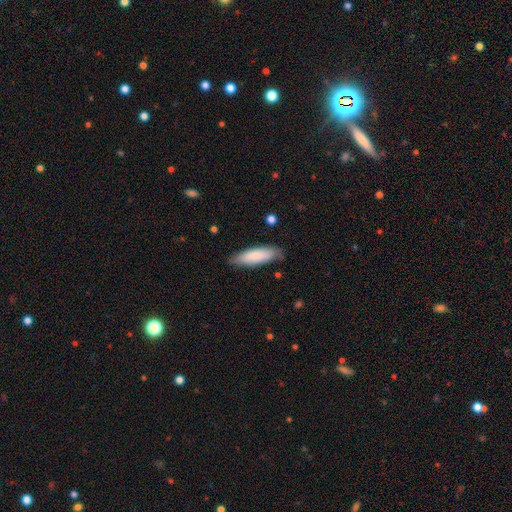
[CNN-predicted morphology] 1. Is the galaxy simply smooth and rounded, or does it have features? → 83% smooth, 12% featured or disk, 6% star or artifact.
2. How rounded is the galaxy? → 53% cigar-shaped, 46% in between, 1% round.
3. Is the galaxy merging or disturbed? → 80% none, 16% minor disturbance, 3% major disturbance, 1% merger.